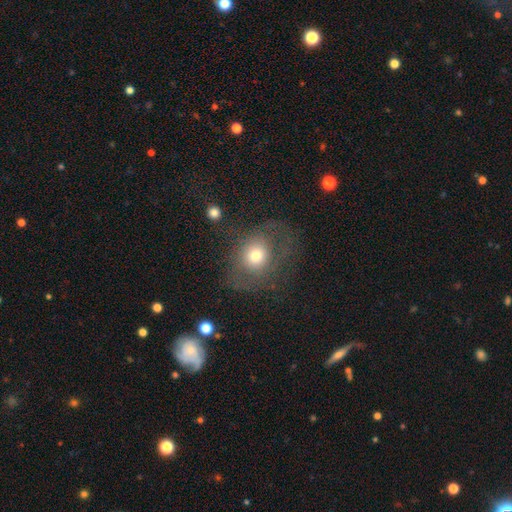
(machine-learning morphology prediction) type=smooth (65%); roundness=round (62%); merging=none (52%).